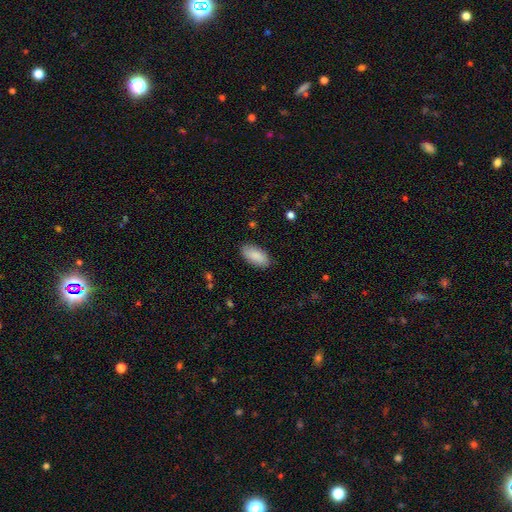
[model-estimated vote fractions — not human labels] Smooth or featured?
  - smooth: 89% *
  - star or artifact: 6%
  - featured or disk: 6%
How rounded?
  - in between: 93% *
  - cigar-shaped: 5%
  - round: 2%
Merging?
  - none: 87% *
  - minor disturbance: 9%
  - major disturbance: 2%
  - merger: 1%